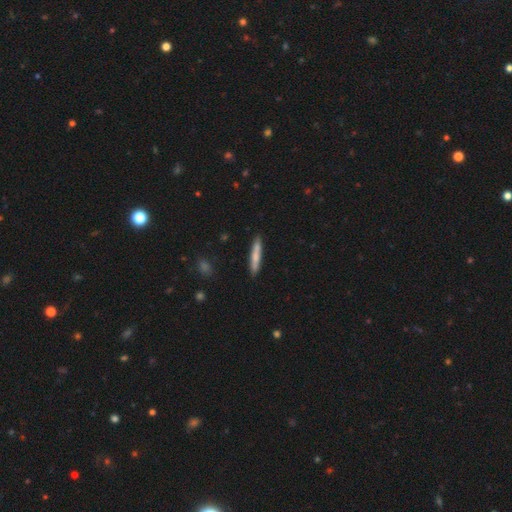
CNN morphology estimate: smooth-or-featured: smooth: 70% | featured or disk: 24% | star or artifact: 6%
  how-rounded: cigar-shaped: 93% | in between: 6% | round: 1%
  merging: none: 88% | minor disturbance: 9% | merger: 2% | major disturbance: 2%